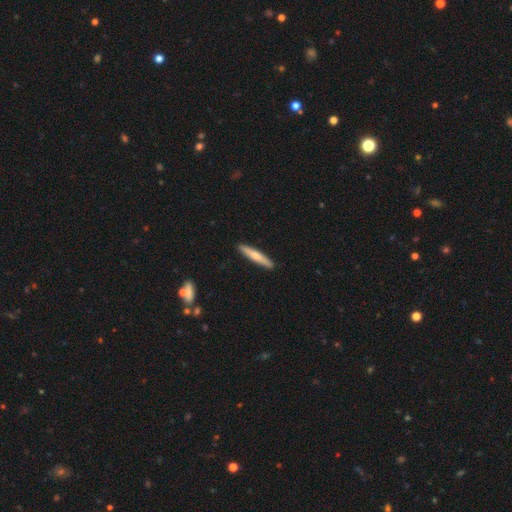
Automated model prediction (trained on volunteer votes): This appears to be a smooth galaxy with no disk features (61%) that is cigar-shaped (92%). Merging: none (91%).